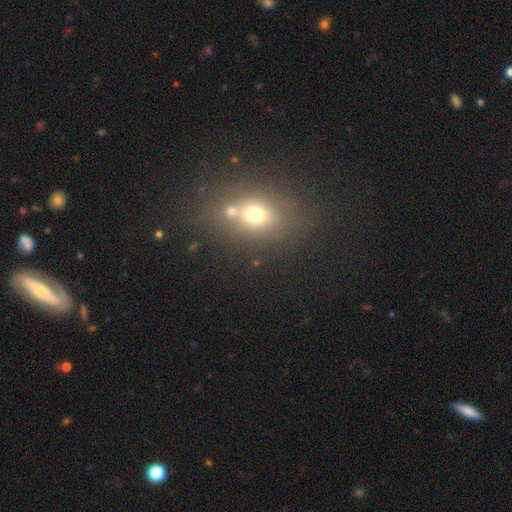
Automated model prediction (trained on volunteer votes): Morphology: type=smooth (53%); roundness=round (48%, tied with in between); merging=none (68%).